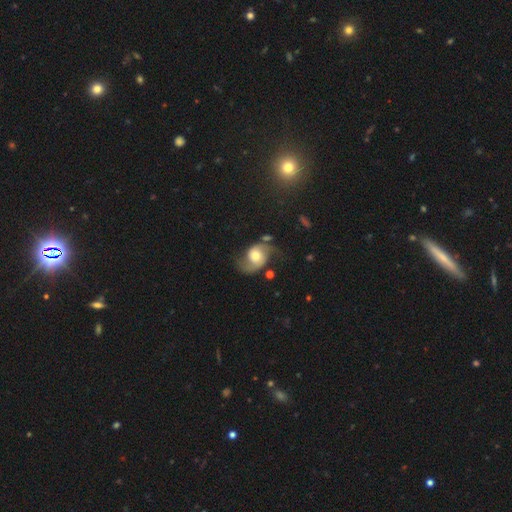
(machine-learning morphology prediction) smooth-or-featured: featured or disk: 74% | smooth: 19% | star or artifact: 7%
  disk-edge-on: no: 97% | yes: 3%
    bar: no: 68% | weak: 25% | strong: 6%
    has-spiral-arms: yes: 92% | no: 8%
      spiral-winding: loose: 55% | medium: 35% | tight: 10%
      spiral-arm-count: 2: 89% | 1: 4% | can't tell: 4% | 3: 1% | 4: 1% | more than 4: 1%
    bulge-size: moderate: 61% | small: 22% | large: 13% | dominant: 2% | none: 2%
  merging: none: 58% | minor disturbance: 22% | major disturbance: 16% | merger: 5%